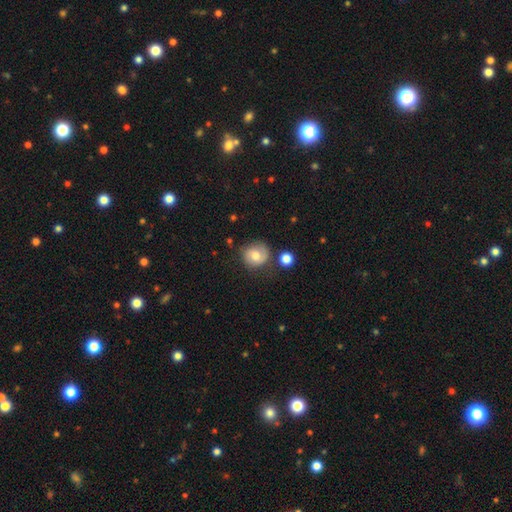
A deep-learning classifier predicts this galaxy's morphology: Q: Smooth or featured?
A: smooth (63%); runner-up: featured or disk (28%)
Q: How rounded?
A: round (82%); runner-up: in between (17%)
Q: Merging?
A: none (62%); runner-up: minor disturbance (24%)